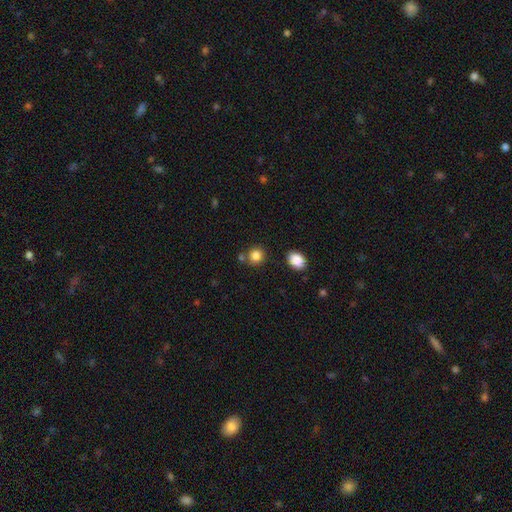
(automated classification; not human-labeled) This appears to be a smooth galaxy with no disk features (84%) that is round (86%). Merging: none (74%).